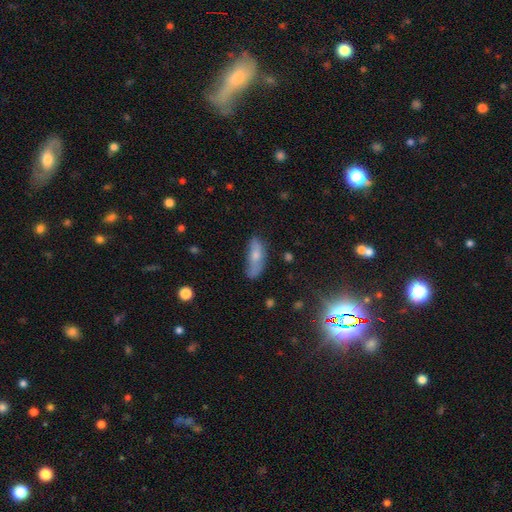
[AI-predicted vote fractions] Smooth or featured? Predicted: smooth (p=0.66). How rounded? Predicted: in between (p=0.69). Merging? Predicted: none (p=0.50).